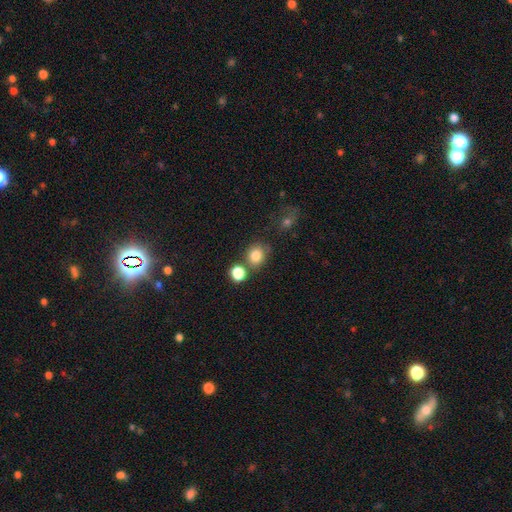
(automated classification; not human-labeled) A smooth galaxy with no disk features (81%) that is round (72%).

Vote fractions:
- Smooth or featured? smooth: 81% / star or artifact: 12% / featured or disk: 6%
- How rounded? round: 72% / in between: 27% / cigar-shaped: 1%
- Merging? none: 68% / merger: 17% / minor disturbance: 12% / major disturbance: 4%